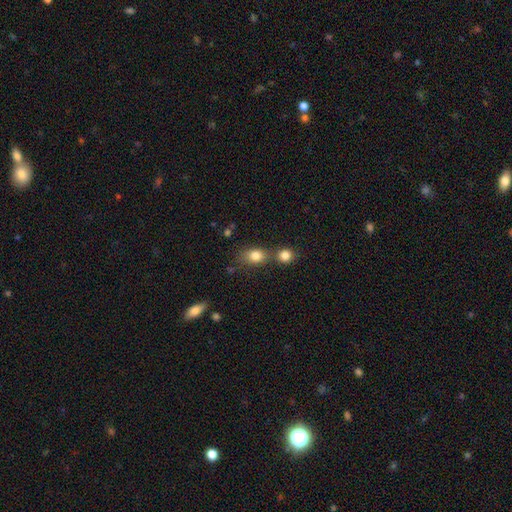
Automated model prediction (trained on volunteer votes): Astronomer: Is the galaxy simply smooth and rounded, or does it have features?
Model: smooth — 82%.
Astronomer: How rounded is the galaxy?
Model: in between — 65%.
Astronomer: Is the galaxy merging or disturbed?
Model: none — 48% (runner-up: merger, 37%).